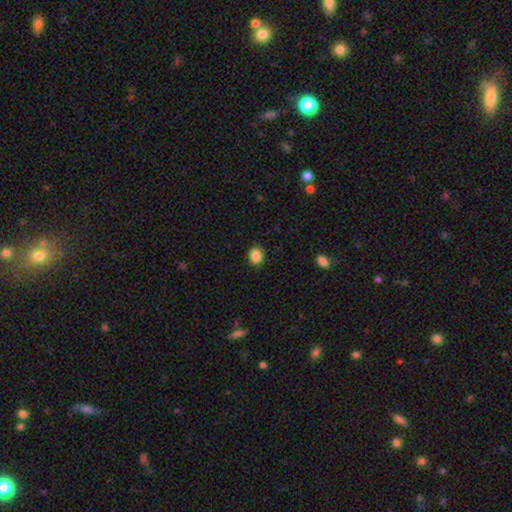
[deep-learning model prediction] The model was most divided on "how rounded": round: 73%, in between: 26%, cigar-shaped: 1%. More confident: merging — none (90%); smooth or featured — smooth (87%).